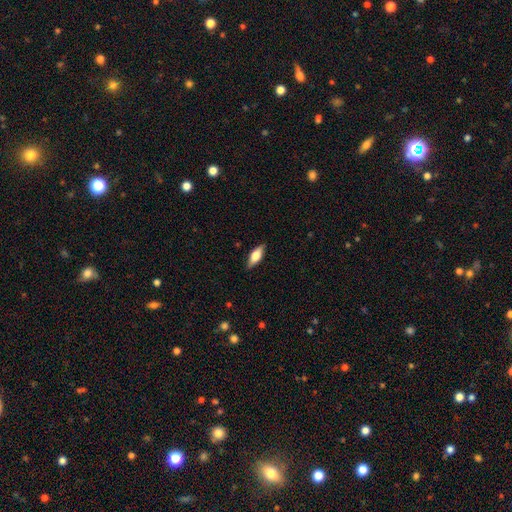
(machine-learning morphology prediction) This appears to be a smooth galaxy with no disk features (57%) that is in between round and cigar-shaped (69%). Merging: none (86%).